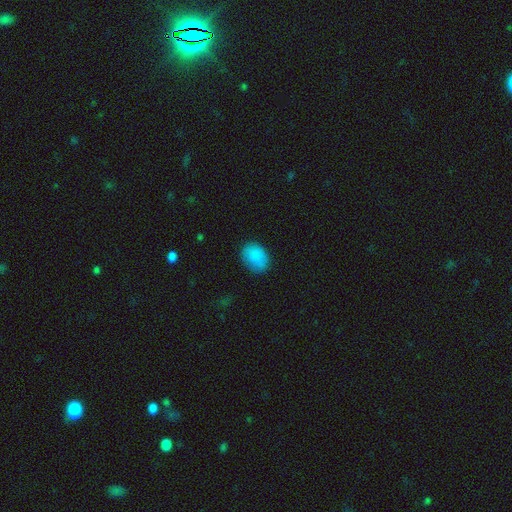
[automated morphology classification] smooth 87%, star or artifact 8%, featured or disk 5%. Down the decision tree: how rounded — in between (71%); merging — none (77%).